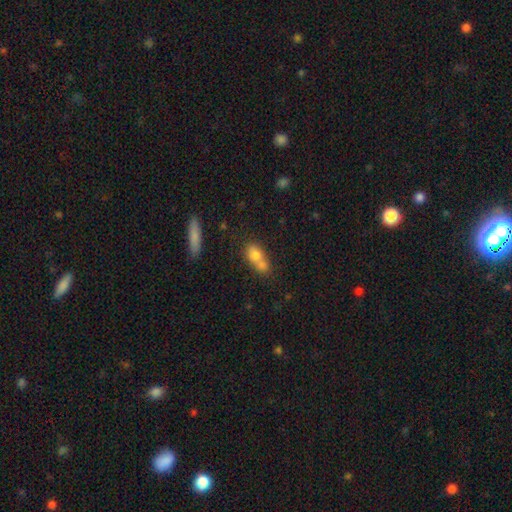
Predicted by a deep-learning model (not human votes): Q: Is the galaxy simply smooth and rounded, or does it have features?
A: smooth — 71%.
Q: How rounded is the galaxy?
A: in between — 59%.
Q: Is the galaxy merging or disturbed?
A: merger — 61%.